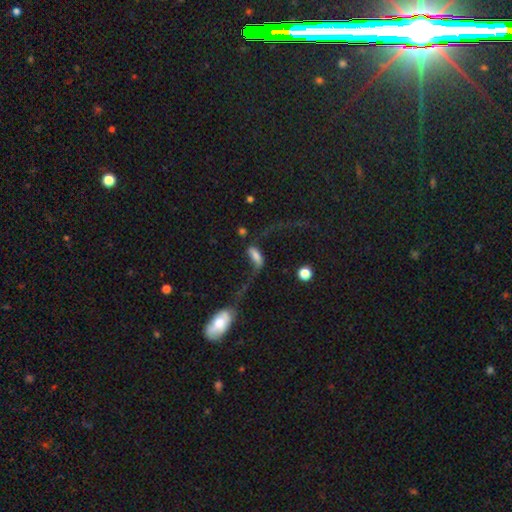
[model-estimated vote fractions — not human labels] Q: Smooth or featured?
A: featured or disk (49%); runner-up: smooth (40%)
Q: Merging?
A: major disturbance (42%); runner-up: none (29%)